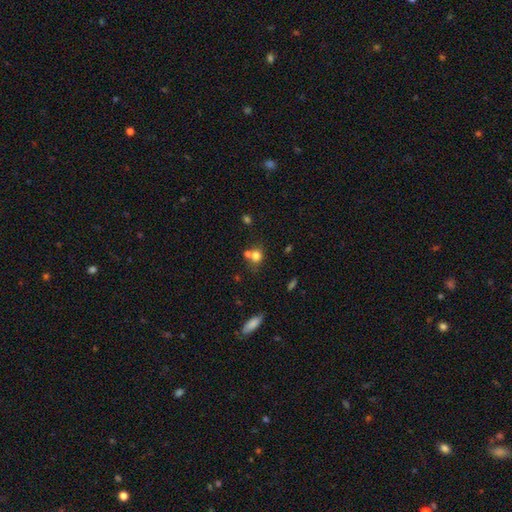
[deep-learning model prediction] smooth-or-featured: smooth: 75% | star or artifact: 13% | featured or disk: 11%
  how-rounded: round: 73% | in between: 25% | cigar-shaped: 1%
  merging: none: 48% | merger: 37% | minor disturbance: 11% | major disturbance: 4%